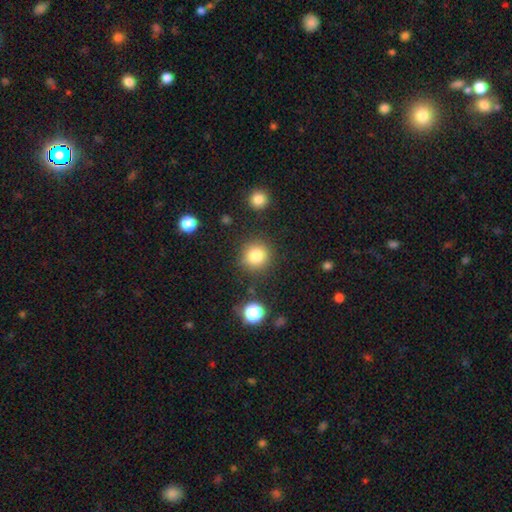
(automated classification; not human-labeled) A smooth galaxy with no disk features (83%) that is round (92%). Merging: none (85%).